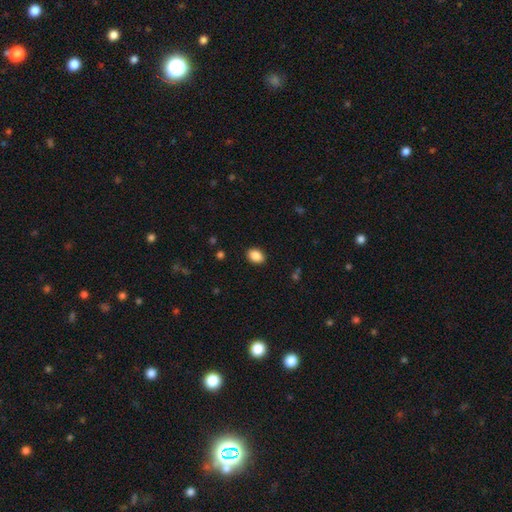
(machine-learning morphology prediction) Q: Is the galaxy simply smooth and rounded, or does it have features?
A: smooth — 89%.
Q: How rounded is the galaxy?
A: in between — 75%.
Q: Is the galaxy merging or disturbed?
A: none — 90%.